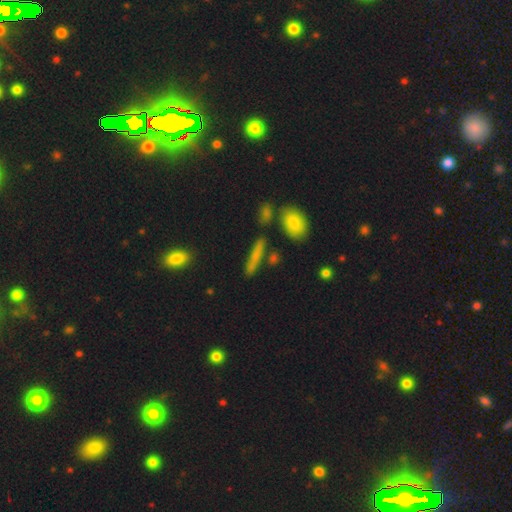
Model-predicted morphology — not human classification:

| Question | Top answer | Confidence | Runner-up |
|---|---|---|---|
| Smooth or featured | smooth | 68% | featured or disk (22%) |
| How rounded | cigar-shaped | 85% | in between (11%) |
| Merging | none | 80% | minor disturbance (10%) |